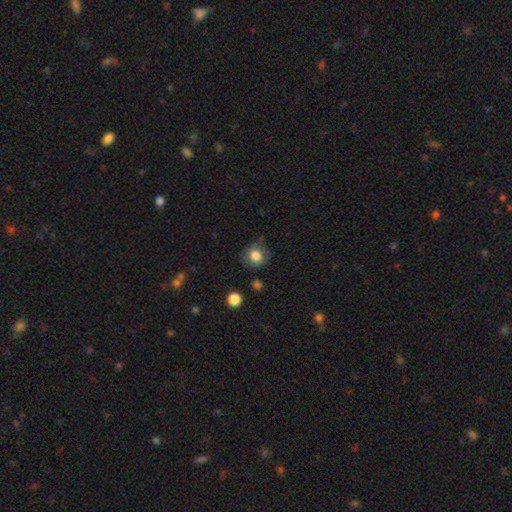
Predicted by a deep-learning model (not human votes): Smooth or featured?
  - smooth: 77% *
  - featured or disk: 14%
  - star or artifact: 9%
How rounded?
  - round: 82% *
  - in between: 17%
  - cigar-shaped: 1%
Merging?
  - none: 75% *
  - minor disturbance: 17%
  - major disturbance: 6%
  - merger: 2%